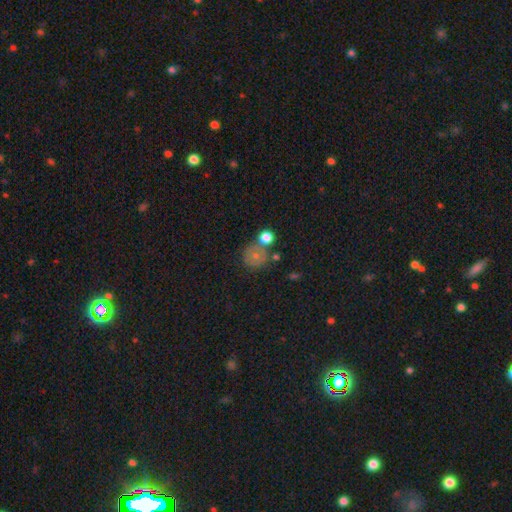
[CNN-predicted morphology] smooth-or-featured: smooth: 64% | featured or disk: 22% | star or artifact: 13%
  how-rounded: round: 87% | in between: 12% | cigar-shaped: 1%
  merging: none: 56% | merger: 21% | minor disturbance: 15% | major disturbance: 7%